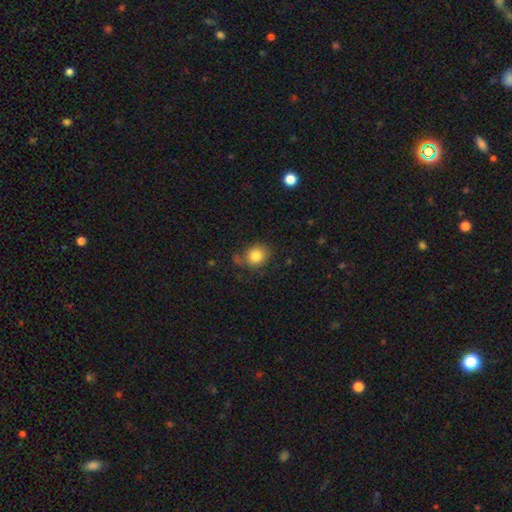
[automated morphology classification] type=smooth (82%); roundness=round (74%); merging=none (67%).